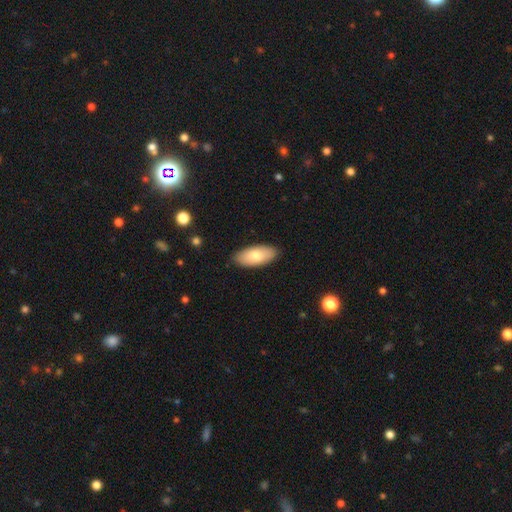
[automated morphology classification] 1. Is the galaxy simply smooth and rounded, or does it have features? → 76% smooth, 18% featured or disk, 6% star or artifact.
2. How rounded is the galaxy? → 89% in between, 9% cigar-shaped, 2% round.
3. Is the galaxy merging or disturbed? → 88% none, 9% minor disturbance, 2% major disturbance, 1% merger.